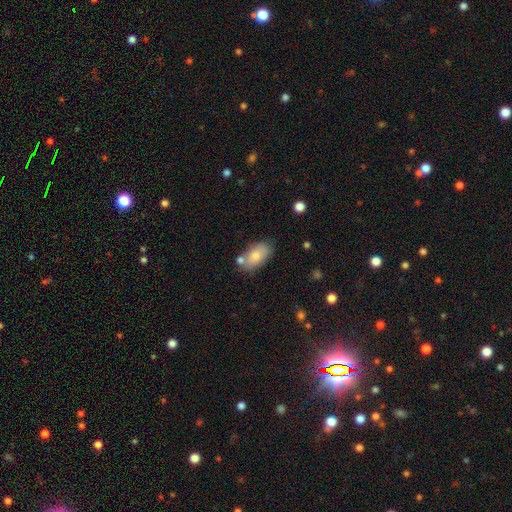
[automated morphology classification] Smooth or featured? smooth (76%)
How rounded? in between (92%)
Merging? none (66%)